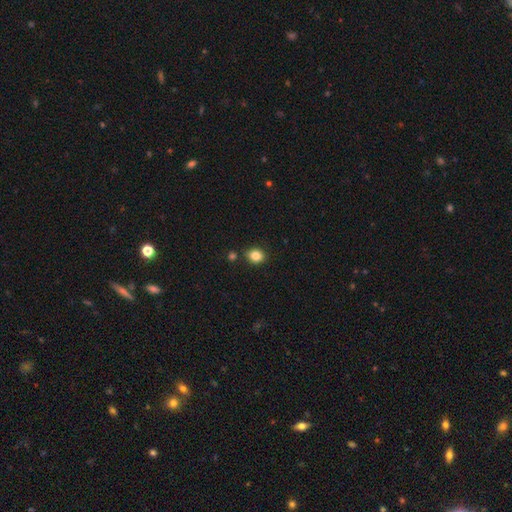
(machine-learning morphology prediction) The model was most divided on "how rounded": round: 61%, in between: 38%, cigar-shaped: 1%. More confident: smooth or featured — smooth (84%); merging — none (83%).